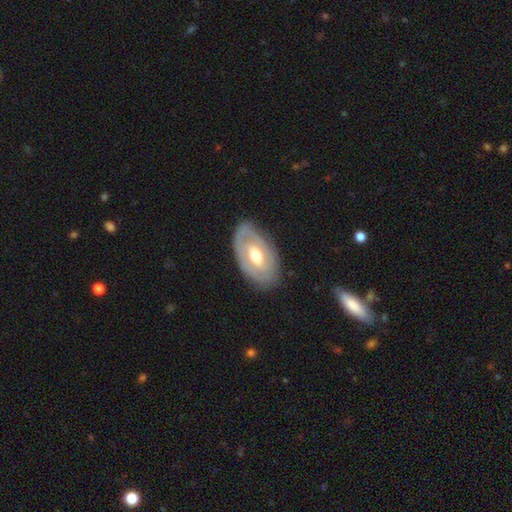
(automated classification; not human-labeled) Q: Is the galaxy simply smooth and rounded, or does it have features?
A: featured or disk — 66%.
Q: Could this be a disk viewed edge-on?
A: no — 91%.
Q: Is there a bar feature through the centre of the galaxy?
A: no — 51%.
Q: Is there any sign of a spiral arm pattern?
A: yes — 51%.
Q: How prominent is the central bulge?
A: moderate — 73%.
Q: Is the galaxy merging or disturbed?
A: none — 80%.